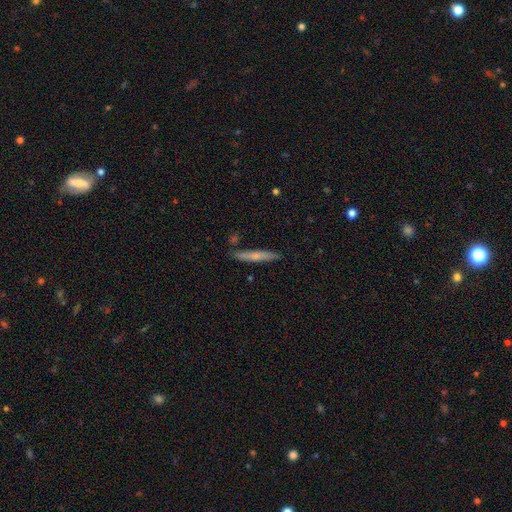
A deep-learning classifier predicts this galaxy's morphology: smooth-or-featured: smooth: 53% | featured or disk: 41% | star or artifact: 6%
  how-rounded: cigar-shaped: 94% | in between: 4% | round: 2%
  merging: none: 85% | minor disturbance: 10% | merger: 3% | major disturbance: 2%